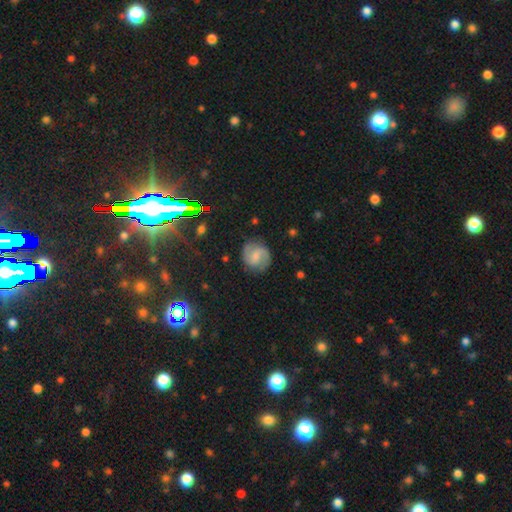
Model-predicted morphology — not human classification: featured or disk 69%, smooth 23%, star or artifact 8%. Down the decision tree: edge-on disk — no (98%); bar — weak (53%); spiral arms — yes (93%); spiral arm count — 2 (89%); spiral winding — medium (50%); bulge size — small (39%); merging — none (80%).